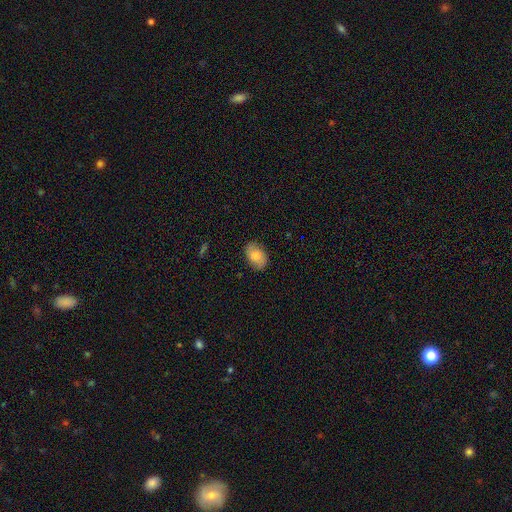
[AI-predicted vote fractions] Morphology: type=smooth (75%); roundness=in between (88%); merging=none (83%).